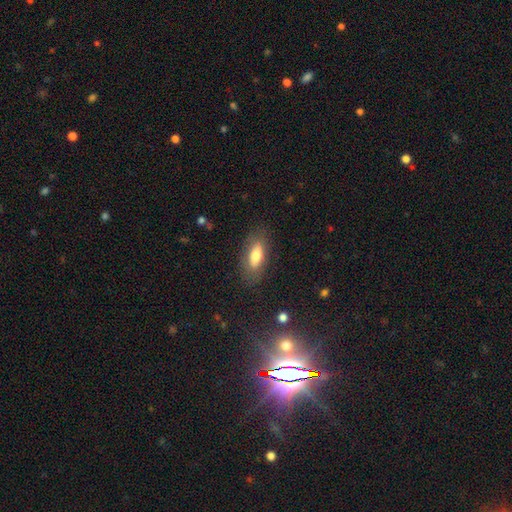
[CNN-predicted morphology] Smooth or featured: smooth — 70% (featured or disk — 23%)
How rounded: in between — 81% (cigar-shaped — 15%)
Merging: none — 80% (minor disturbance — 14%)